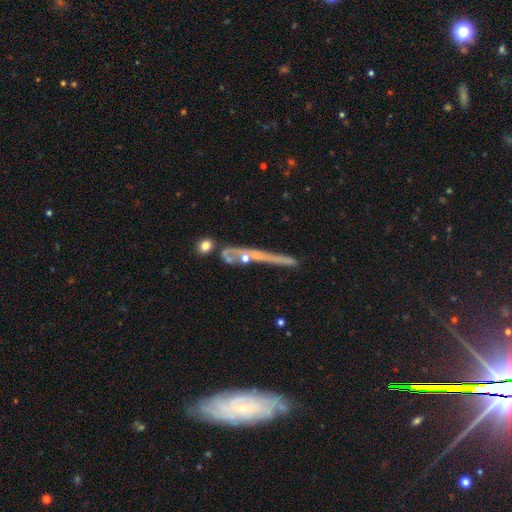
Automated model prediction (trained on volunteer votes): Morphology: type=featured or disk (52%); edge-on=yes (77%); merging=none (72%).